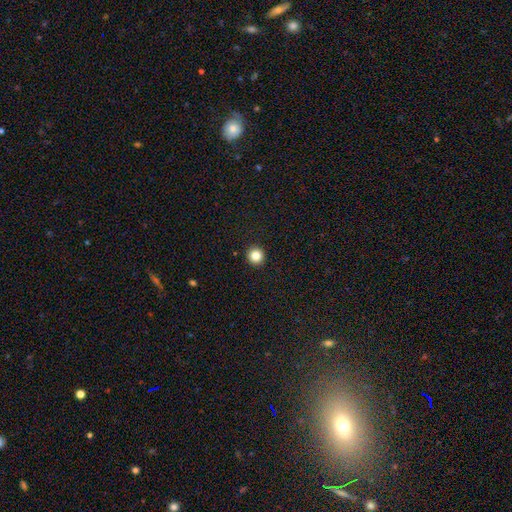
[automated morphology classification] Q: Smooth or featured?
A: smooth (85%); runner-up: star or artifact (11%)
Q: How rounded?
A: round (96%); runner-up: in between (3%)
Q: Merging?
A: none (94%); runner-up: minor disturbance (4%)